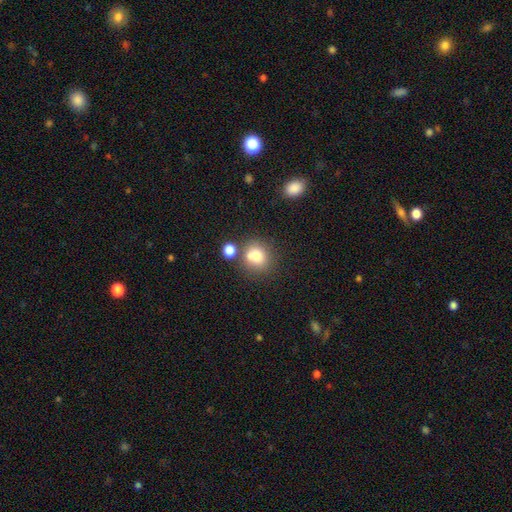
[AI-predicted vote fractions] smooth 76%, star or artifact 12%, featured or disk 12%. Down the decision tree: how rounded — round (80%); merging — none (56%).